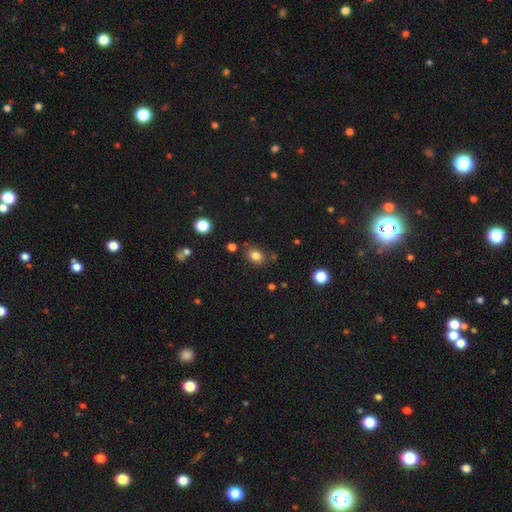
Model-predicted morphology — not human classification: smooth_or_featured: smooth (p=0.82) [alt: star or artifact p=0.13]
how_rounded: in between (p=0.58) [alt: round p=0.41]
merging: none (p=0.79) [alt: minor disturbance p=0.12]